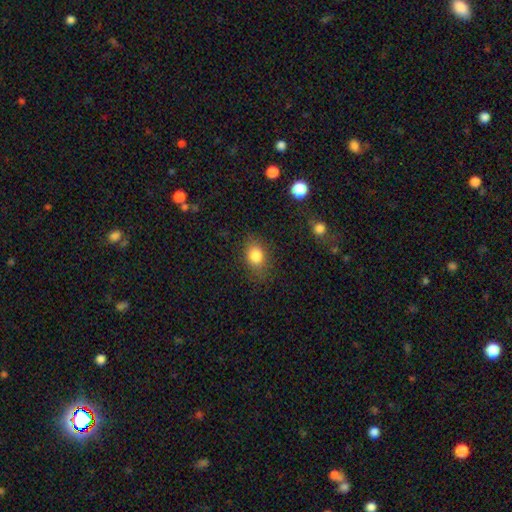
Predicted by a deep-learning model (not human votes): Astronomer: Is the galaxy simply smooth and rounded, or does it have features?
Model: smooth — 83%.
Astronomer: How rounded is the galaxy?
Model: in between — 65%.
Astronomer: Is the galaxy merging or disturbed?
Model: none — 79%.